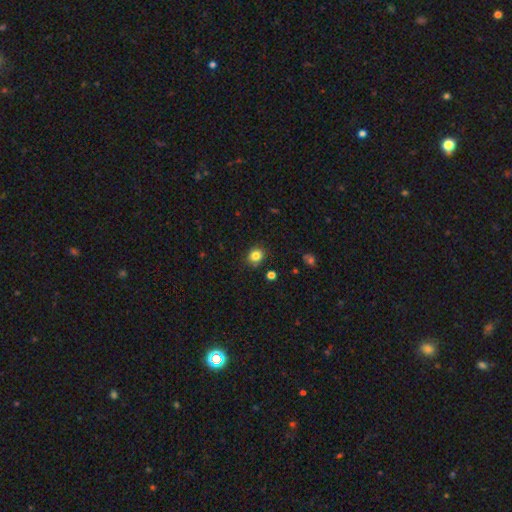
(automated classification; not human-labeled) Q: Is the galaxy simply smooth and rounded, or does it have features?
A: smooth — 82%.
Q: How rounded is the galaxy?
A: round — 72%.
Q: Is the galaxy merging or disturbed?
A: none — 85%.